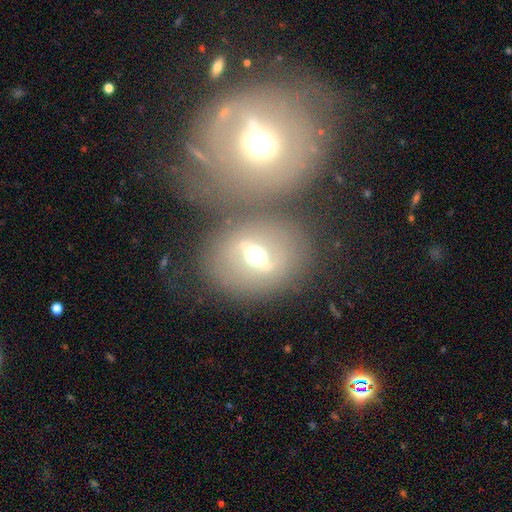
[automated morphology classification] Smooth or featured: featured or disk — 63% (smooth — 28%)
Edge-on disk: no — 77% (yes — 23%)
Merging: none — 59% (merger — 23%)